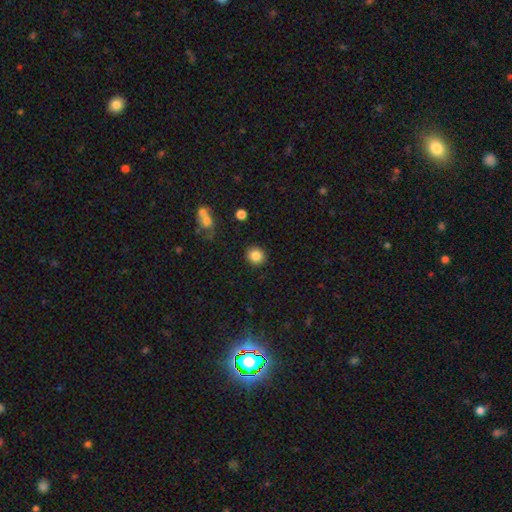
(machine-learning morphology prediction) Smooth or featured? Predicted: smooth (p=0.84). How rounded? Predicted: round (p=0.88). Merging? Predicted: none (p=0.90).